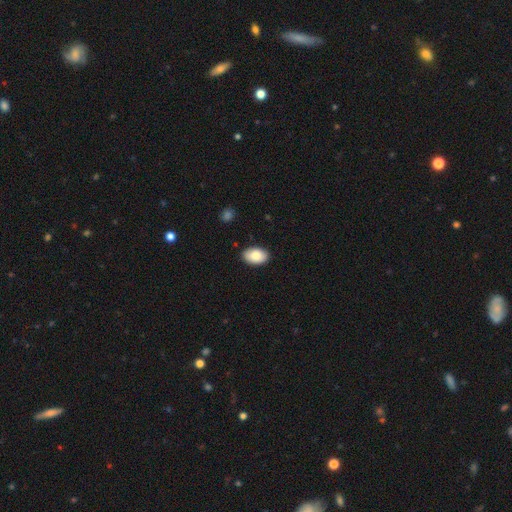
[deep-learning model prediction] smooth-or-featured: smooth: 87% | featured or disk: 7% | star or artifact: 6%
  how-rounded: in between: 91% | round: 7% | cigar-shaped: 1%
  merging: none: 87% | minor disturbance: 10% | major disturbance: 2% | merger: 1%